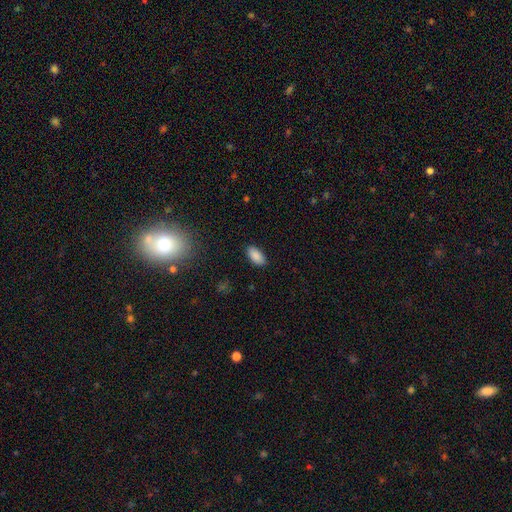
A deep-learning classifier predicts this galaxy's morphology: A smooth galaxy with no disk features (88%) that is in between round and cigar-shaped (92%). Merging: none (87%).